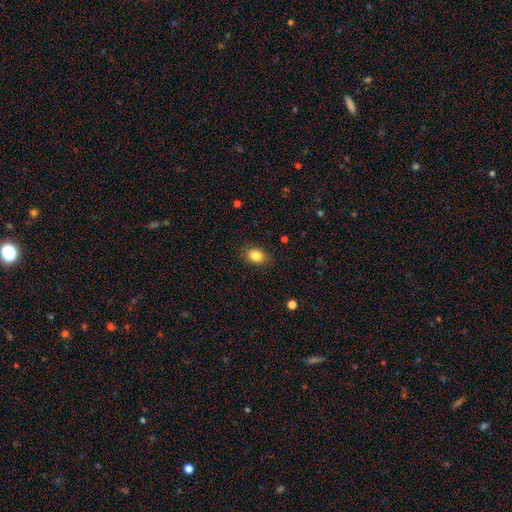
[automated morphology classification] smooth_or_featured: smooth (p=0.85) [alt: star or artifact p=0.09]
how_rounded: in between (p=0.76) [alt: round p=0.23]
merging: none (p=0.86) [alt: minor disturbance p=0.10]